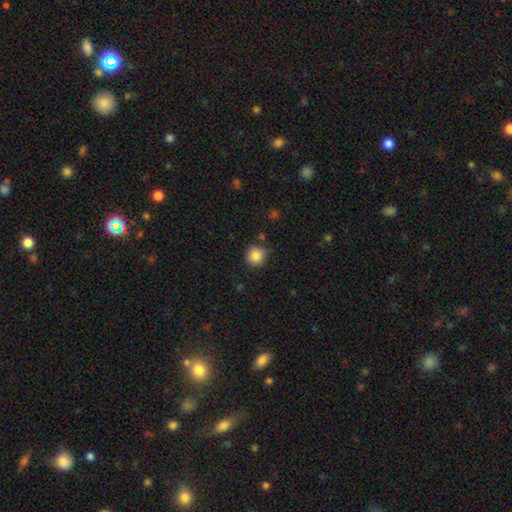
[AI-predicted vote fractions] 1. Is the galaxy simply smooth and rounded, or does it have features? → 86% smooth, 10% star or artifact, 4% featured or disk.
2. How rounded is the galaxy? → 93% round, 6% in between, 1% cigar-shaped.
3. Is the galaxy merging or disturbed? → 83% none, 11% minor disturbance, 3% merger, 3% major disturbance.